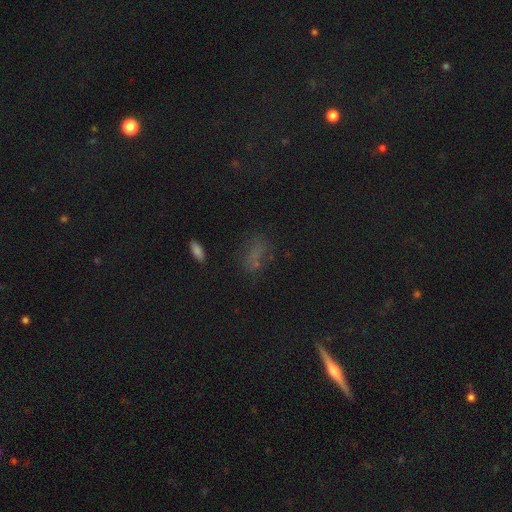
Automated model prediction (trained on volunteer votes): Smooth or featured: smooth — 43% (star or artifact — 39%)
Merging: none — 70% (minor disturbance — 18%)